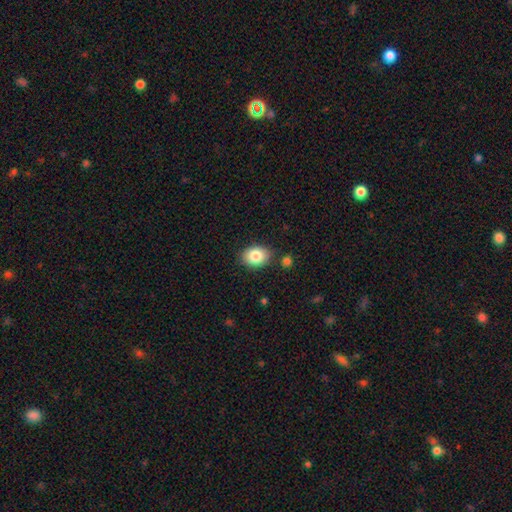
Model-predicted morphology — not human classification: The model was most divided on "how rounded": in between: 68%, round: 31%, cigar-shaped: 1%. More confident: smooth or featured — smooth (84%); merging — none (81%).